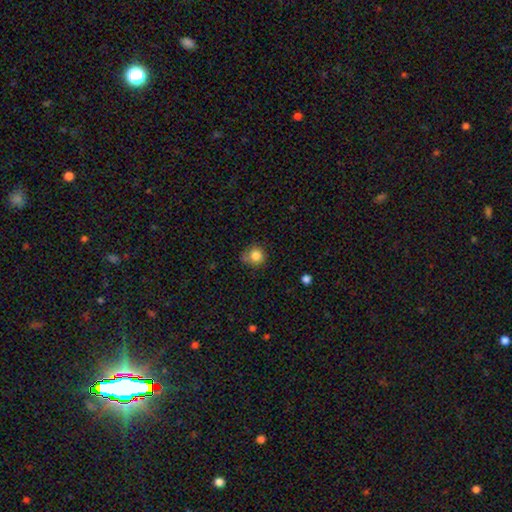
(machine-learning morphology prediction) Overall: smooth (83%). How rounded: round (90%). Merging: none (68%).